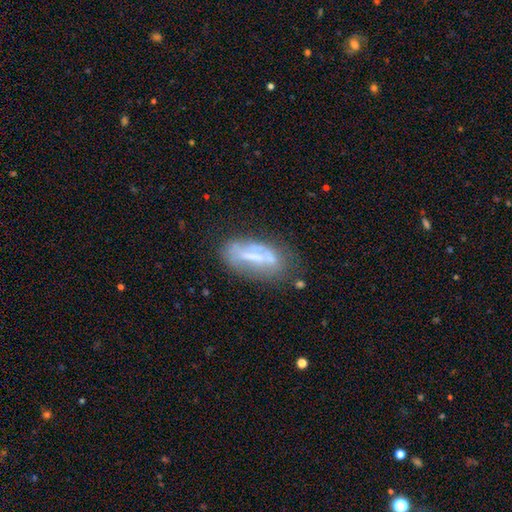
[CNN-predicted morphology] featured or disk 58%, smooth 32%, star or artifact 10%. Down the decision tree: edge-on disk — no (80%); merging — none (56%).